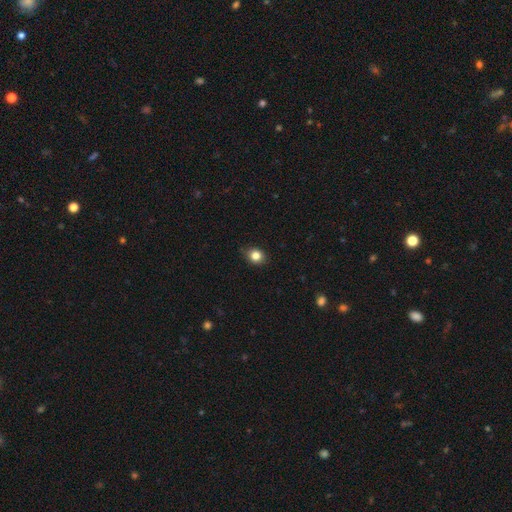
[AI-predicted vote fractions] Smooth or featured? smooth (83%)
How rounded? round (69%)
Merging? none (82%)